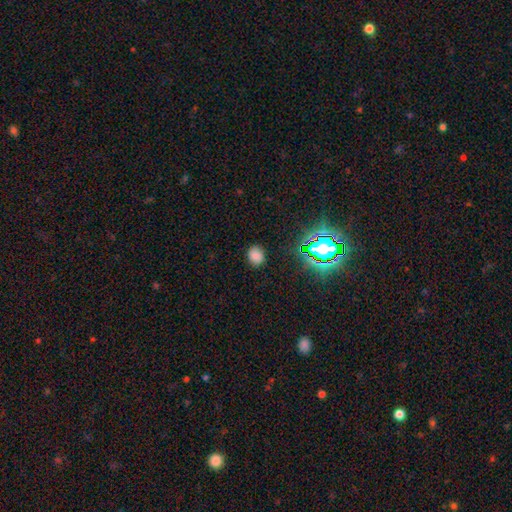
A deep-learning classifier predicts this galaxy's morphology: type=smooth (75%); roundness=round (60%); merging=none (85%).